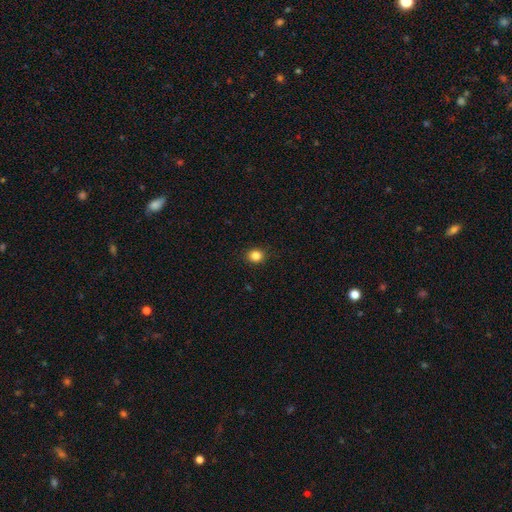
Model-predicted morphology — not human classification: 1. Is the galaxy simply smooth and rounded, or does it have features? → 85% smooth, 11% star or artifact, 4% featured or disk.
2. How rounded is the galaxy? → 71% round, 28% in between, 1% cigar-shaped.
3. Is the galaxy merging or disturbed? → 90% none, 7% minor disturbance, 2% major disturbance, 1% merger.